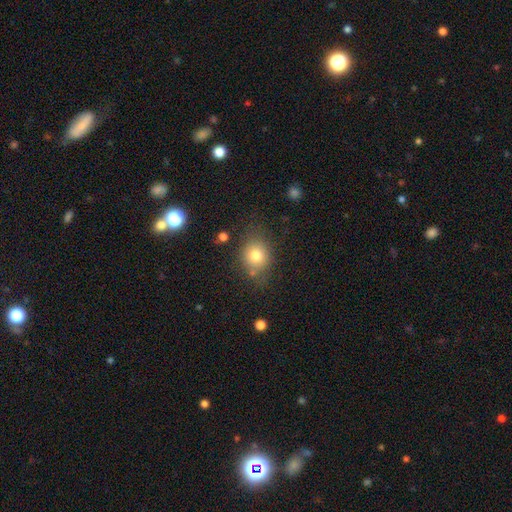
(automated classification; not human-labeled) Q: Smooth or featured?
A: smooth (77%); runner-up: star or artifact (12%)
Q: How rounded?
A: round (66%); runner-up: in between (33%)
Q: Merging?
A: none (72%); runner-up: minor disturbance (17%)